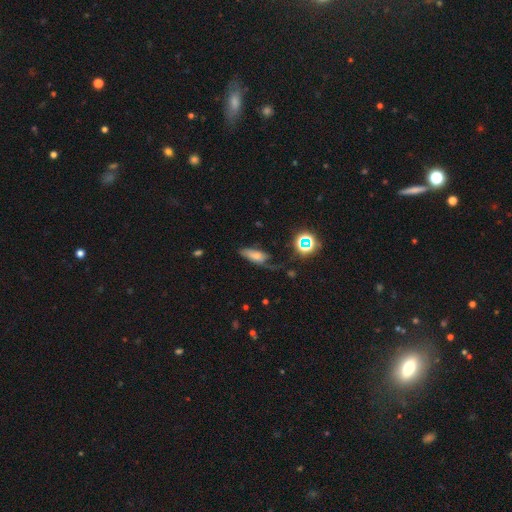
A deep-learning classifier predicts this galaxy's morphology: Overall: smooth (61%; featured or disk 25%). How rounded: in between (69%). Merging: none (34%; minor disturbance 33%).